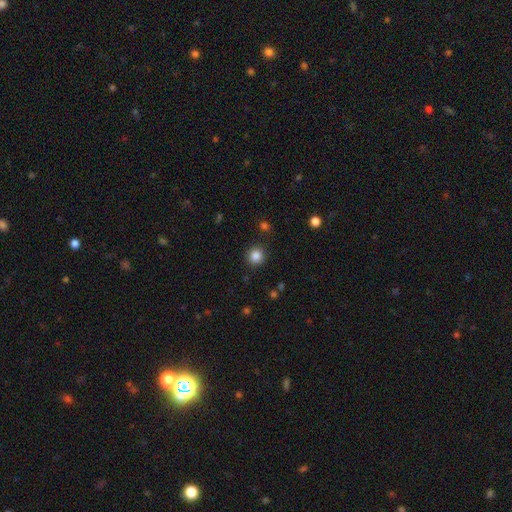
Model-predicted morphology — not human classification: smooth 85%, star or artifact 11%, featured or disk 4%. Down the decision tree: how rounded — round (93%); merging — none (89%).